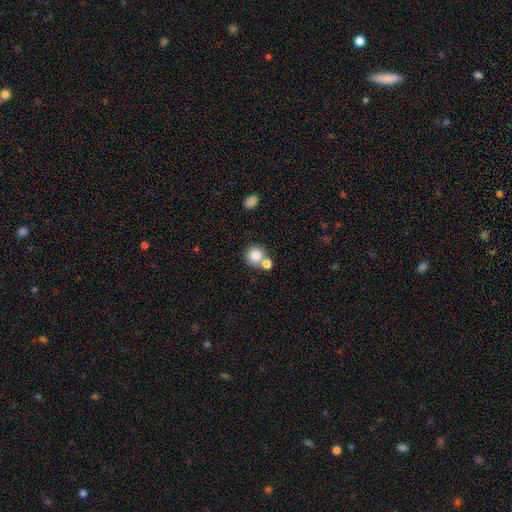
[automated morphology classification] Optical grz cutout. It shows a smooth galaxy with no disk features (81%) that is round (90%). Merging: none (54%).